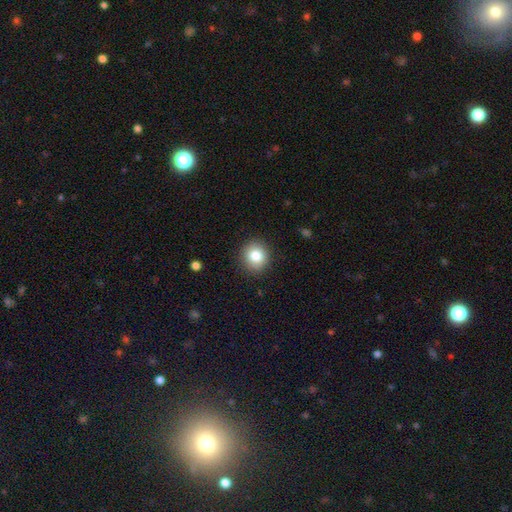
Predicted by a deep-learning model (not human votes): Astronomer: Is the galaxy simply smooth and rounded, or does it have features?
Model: smooth — 83%.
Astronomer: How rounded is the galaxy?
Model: round — 86%.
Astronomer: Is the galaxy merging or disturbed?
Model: none — 90%.